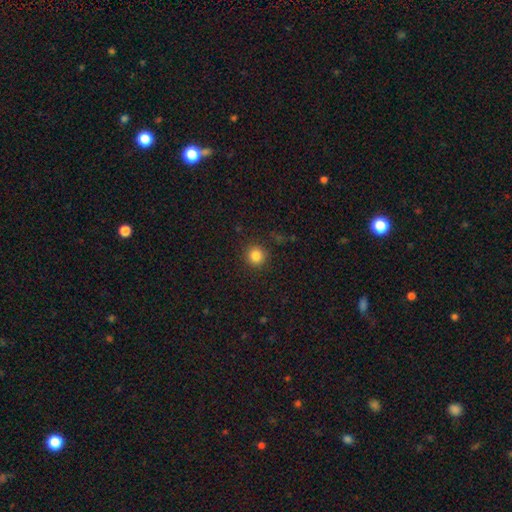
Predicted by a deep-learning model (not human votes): smooth-or-featured: smooth: 84% | star or artifact: 11% | featured or disk: 4%
  how-rounded: round: 93% | in between: 6% | cigar-shaped: 1%
  merging: none: 89% | minor disturbance: 7% | major disturbance: 3% | merger: 1%